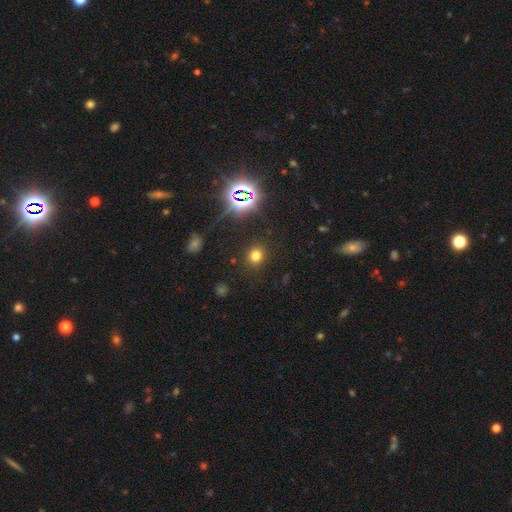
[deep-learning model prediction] Smooth or featured? smooth (69%)
How rounded? round (81%)
Merging? none (88%)